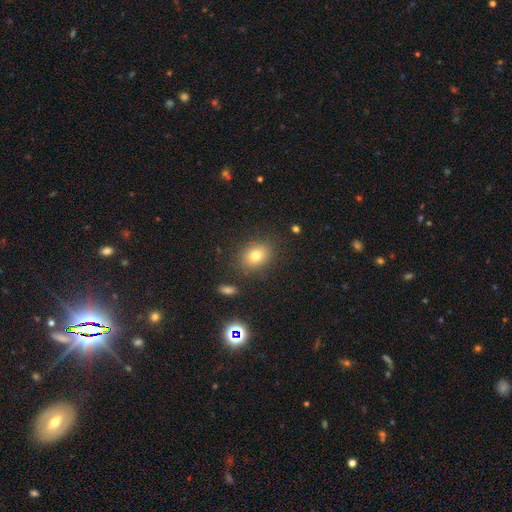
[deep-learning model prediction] Morphology: type=smooth (76%); roundness=in between (54%); merging=none (84%).